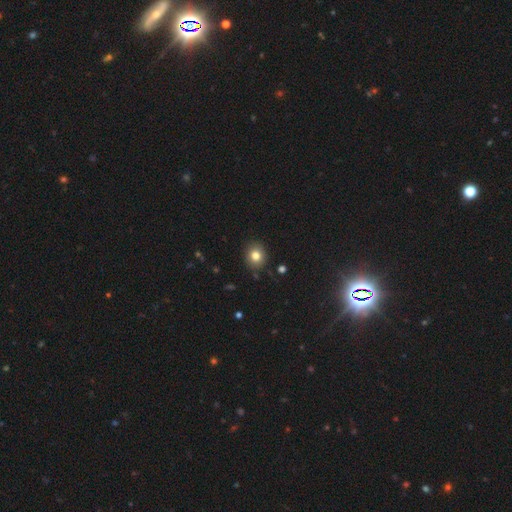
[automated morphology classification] smooth-or-featured: smooth: 81% | star or artifact: 11% | featured or disk: 8%
  how-rounded: round: 73% | in between: 26% | cigar-shaped: 1%
  merging: none: 88% | minor disturbance: 9% | major disturbance: 2% | merger: 2%